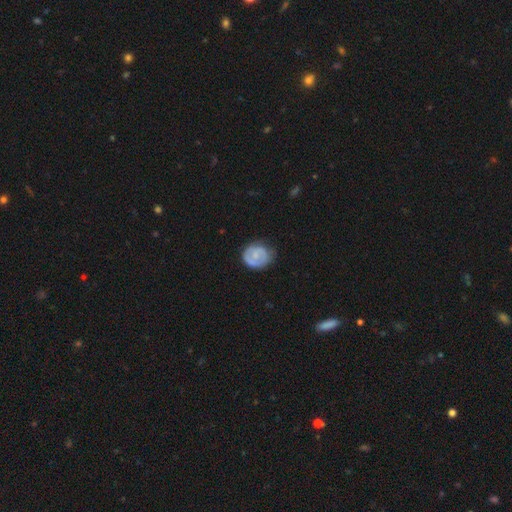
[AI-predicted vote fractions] Smooth or featured?
  - featured or disk: 48% *
  - smooth: 46%
  - star or artifact: 6%
Merging?
  - none: 66% *
  - minor disturbance: 25%
  - major disturbance: 8%
  - merger: 2%